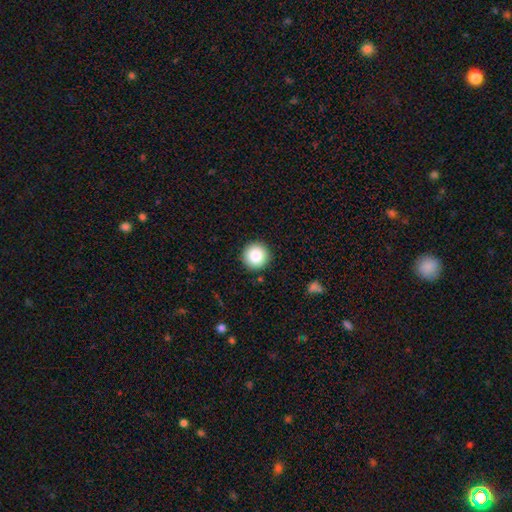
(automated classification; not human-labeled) Smooth or featured? smooth (86%)
How rounded? round (96%)
Merging? none (92%)